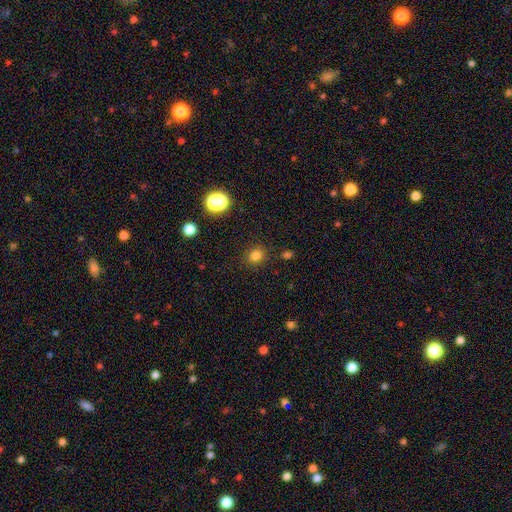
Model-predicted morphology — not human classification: Q: Smooth or featured?
A: smooth (80%); runner-up: star or artifact (15%)
Q: How rounded?
A: round (74%); runner-up: in between (25%)
Q: Merging?
A: none (87%); runner-up: minor disturbance (8%)